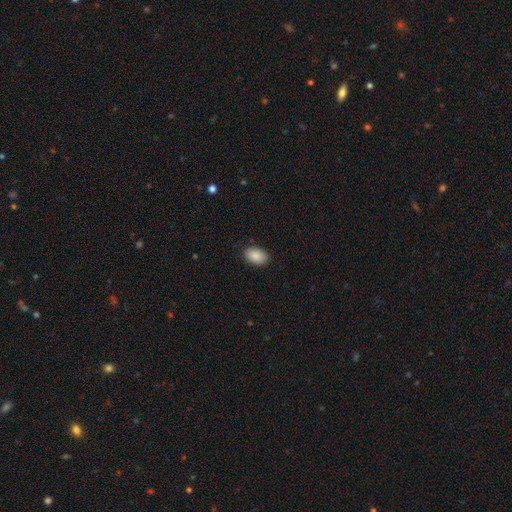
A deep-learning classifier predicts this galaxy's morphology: Overall: smooth (89%). How rounded: in between (89%). Merging: none (87%).